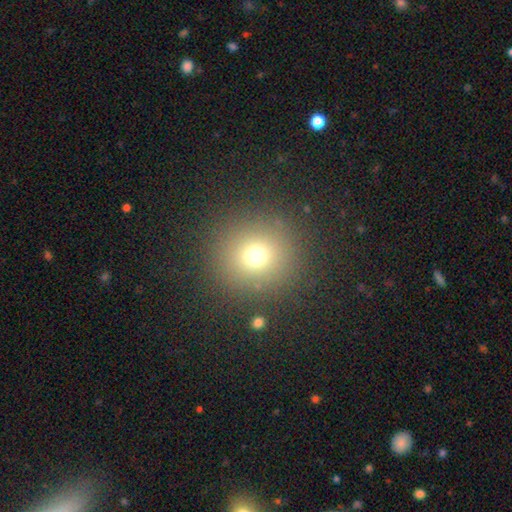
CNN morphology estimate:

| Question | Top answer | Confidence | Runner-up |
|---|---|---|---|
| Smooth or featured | smooth | 71% | star or artifact (19%) |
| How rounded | round | 93% | in between (6%) |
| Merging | none | 88% | minor disturbance (6%) |